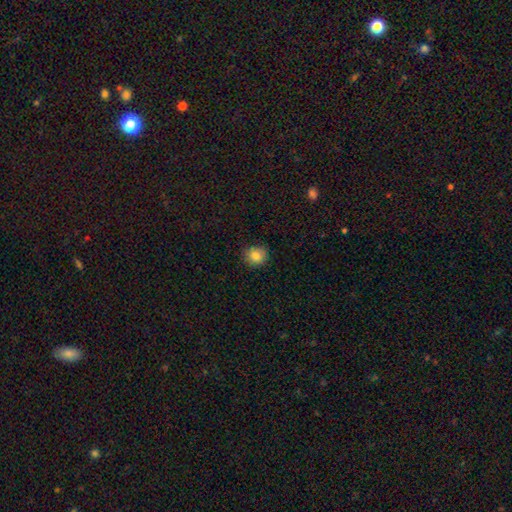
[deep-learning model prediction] smooth-or-featured: smooth: 84% | star or artifact: 10% | featured or disk: 6%
  how-rounded: round: 88% | in between: 11% | cigar-shaped: 1%
  merging: none: 87% | minor disturbance: 10% | major disturbance: 2% | merger: 1%